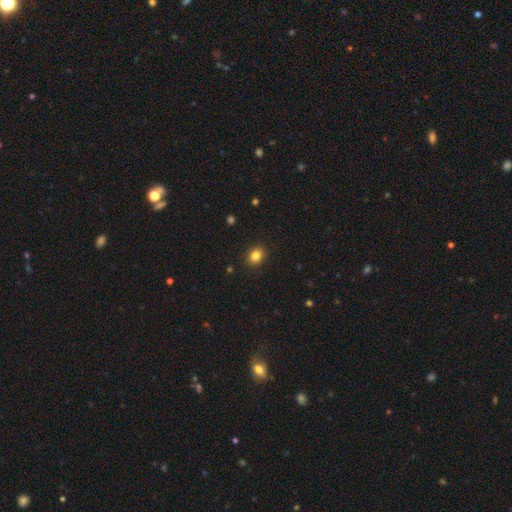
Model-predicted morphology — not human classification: Smooth or featured?
  - smooth: 83% *
  - star or artifact: 11%
  - featured or disk: 6%
How rounded?
  - round: 56% *
  - in between: 43%
  - cigar-shaped: 1%
Merging?
  - none: 90% *
  - minor disturbance: 7%
  - major disturbance: 2%
  - merger: 1%